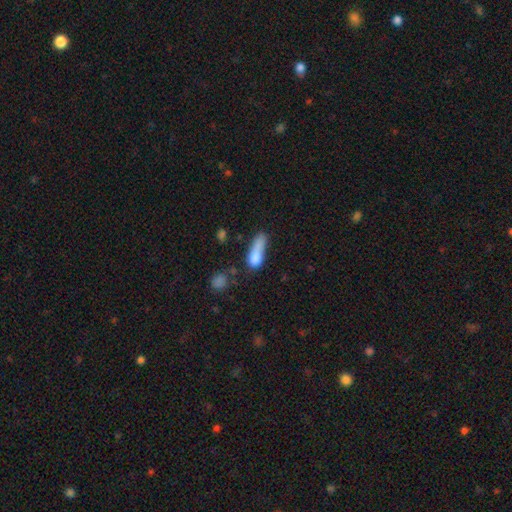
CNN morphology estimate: smooth-or-featured: smooth: 75% | featured or disk: 16% | star or artifact: 10%
  how-rounded: in between: 51% | cigar-shaped: 42% | round: 7%
  merging: none: 26% | merger: 25% | major disturbance: 25% | minor disturbance: 24%